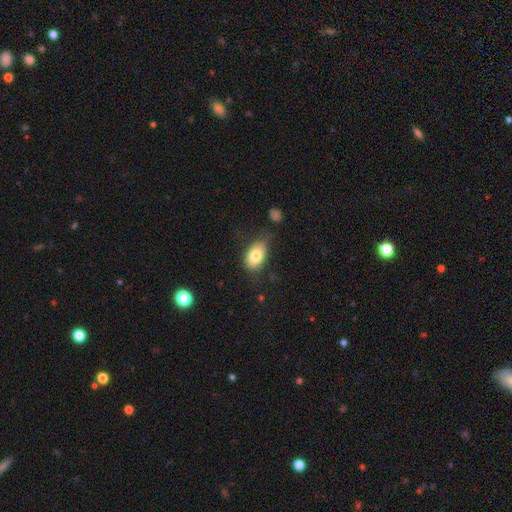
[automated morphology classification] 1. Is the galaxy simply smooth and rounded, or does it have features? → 77% smooth, 15% featured or disk, 8% star or artifact.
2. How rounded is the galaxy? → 89% in between, 9% round, 2% cigar-shaped.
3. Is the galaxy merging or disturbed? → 60% none, 27% minor disturbance, 10% major disturbance, 3% merger.